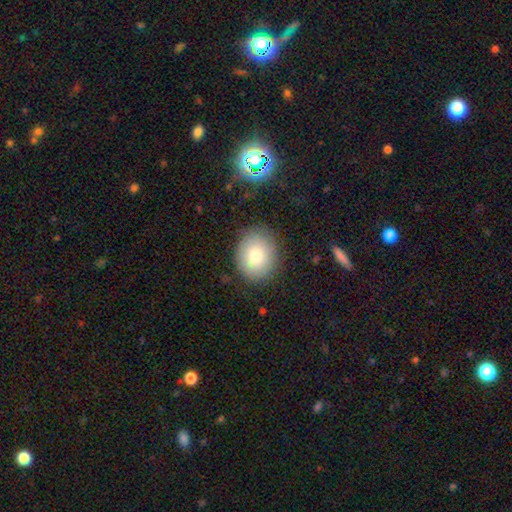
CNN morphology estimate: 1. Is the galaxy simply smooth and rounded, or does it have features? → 79% smooth, 12% featured or disk, 9% star or artifact.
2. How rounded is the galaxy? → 63% round, 36% in between, 1% cigar-shaped.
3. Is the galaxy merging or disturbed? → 84% none, 11% minor disturbance, 4% major disturbance, 1% merger.